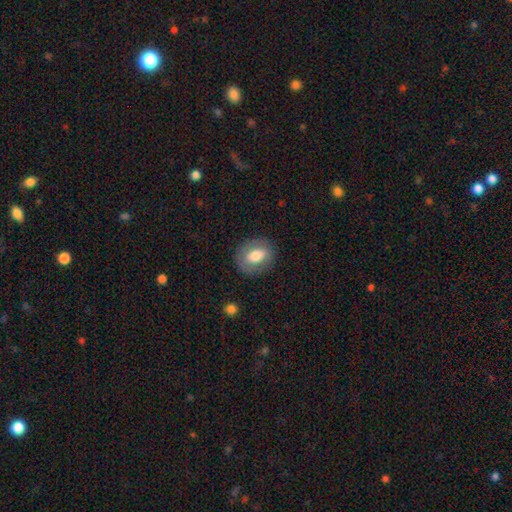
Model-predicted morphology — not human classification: A smooth galaxy with no disk features (67%) that is in between round and cigar-shaped (59%). Merging: none (82%).